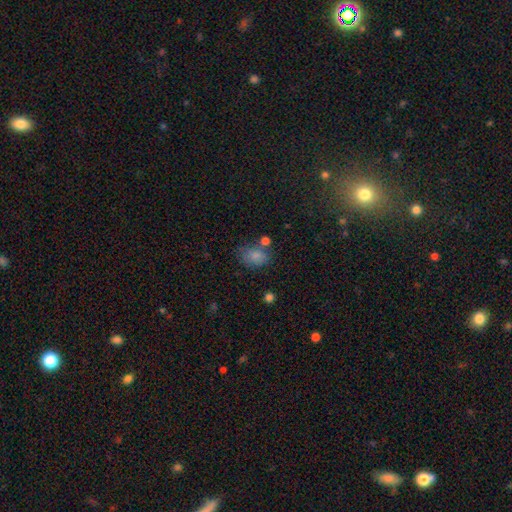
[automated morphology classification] smooth_or_featured: smooth (p=0.80) [alt: star or artifact p=0.11]
how_rounded: in between (p=0.71) [alt: round p=0.27]
merging: none (p=0.54) [alt: minor disturbance p=0.22]